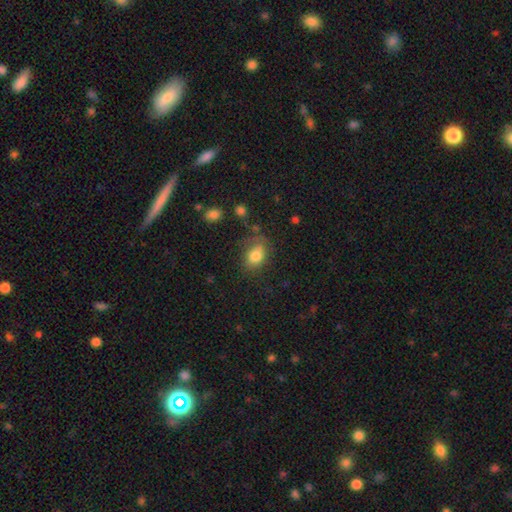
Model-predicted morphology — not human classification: A smooth galaxy with no disk features (79%) that is in between round and cigar-shaped (73%). Merging: none (58%).